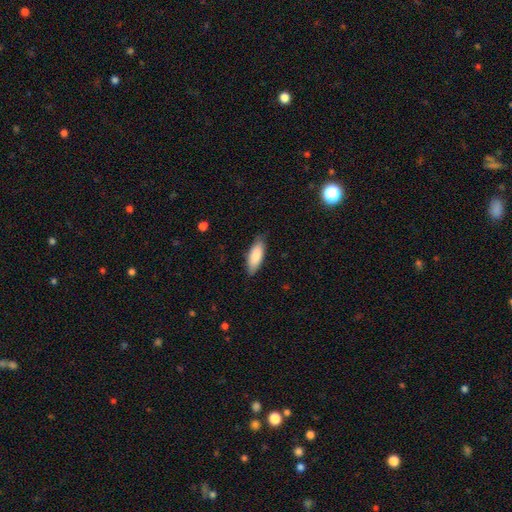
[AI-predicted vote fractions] smooth_or_featured: smooth (p=0.84) [alt: featured or disk p=0.10]
how_rounded: in between (p=0.69) [alt: cigar-shaped p=0.29]
merging: none (p=0.81) [alt: minor disturbance p=0.15]